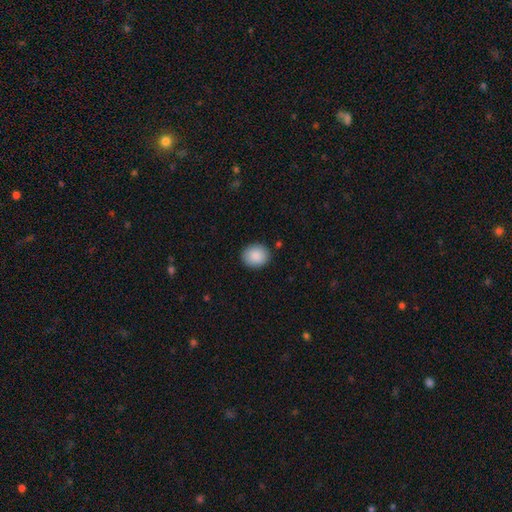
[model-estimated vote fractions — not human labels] smooth 89%, star or artifact 7%, featured or disk 4%. Down the decision tree: how rounded — round (71%); merging — none (89%).